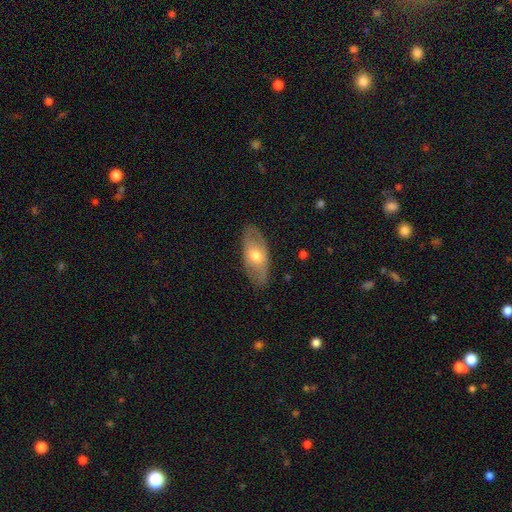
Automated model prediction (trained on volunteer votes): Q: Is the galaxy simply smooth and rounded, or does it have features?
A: smooth — 51%.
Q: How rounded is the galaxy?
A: in between — 87%.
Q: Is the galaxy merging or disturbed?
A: none — 81%.